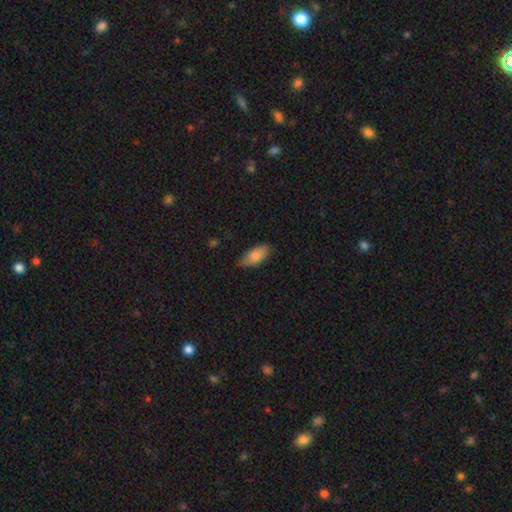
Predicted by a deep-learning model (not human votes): This is clearly a smooth galaxy (83%). How rounded: clearly in between (87%). Merging: likely none (76%).